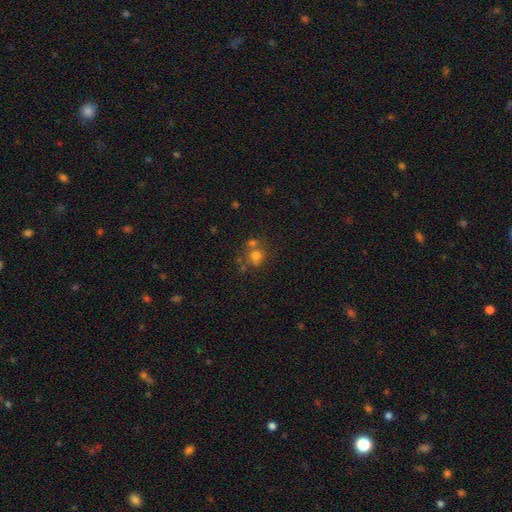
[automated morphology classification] Smooth or featured?
  - smooth: 69% *
  - star or artifact: 17%
  - featured or disk: 14%
How rounded?
  - round: 80% *
  - in between: 19%
  - cigar-shaped: 1%
Merging?
  - none: 51% *
  - merger: 33%
  - minor disturbance: 11%
  - major disturbance: 5%